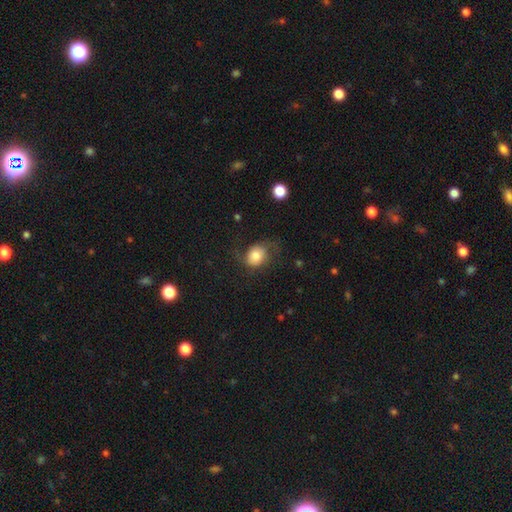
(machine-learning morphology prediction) Overall: smooth (75%). How rounded: in between (53%; round 46%). Merging: none (51%; minor disturbance 26%).